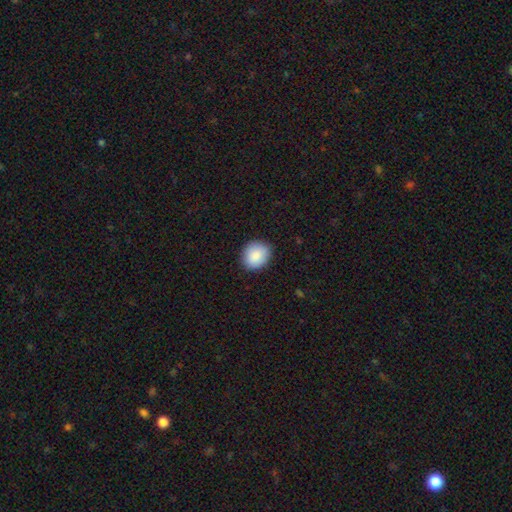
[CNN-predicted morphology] This appears to be a smooth galaxy with no disk features (88%) that is round (67%). Merging: none (87%).